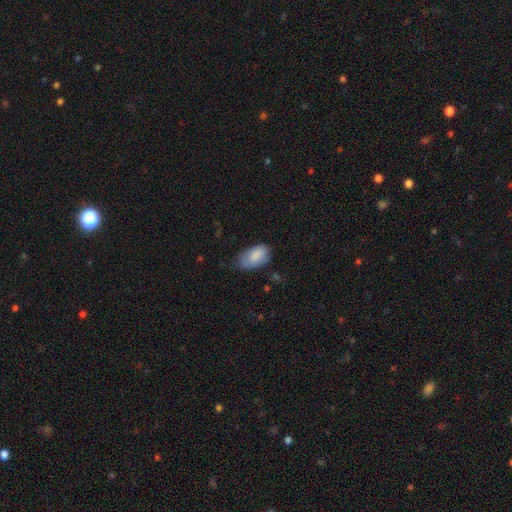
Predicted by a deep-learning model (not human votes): smooth-or-featured: smooth: 83% | featured or disk: 10% | star or artifact: 7%
  how-rounded: in between: 94% | round: 4% | cigar-shaped: 2%
  merging: none: 44% | minor disturbance: 41% | major disturbance: 12% | merger: 2%